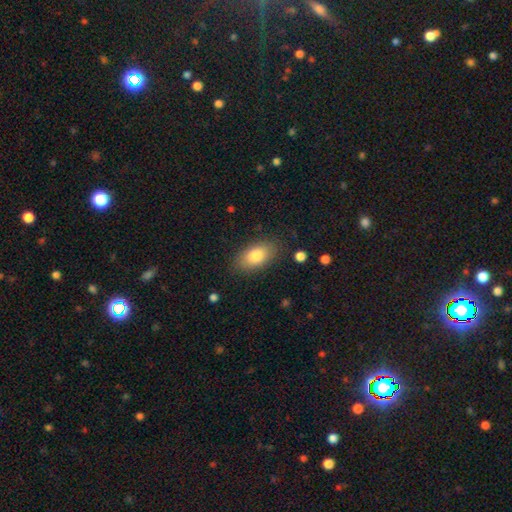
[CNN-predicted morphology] Smooth or featured? Predicted: smooth (p=0.81). How rounded? Predicted: in between (p=0.91). Merging? Predicted: none (p=0.83).